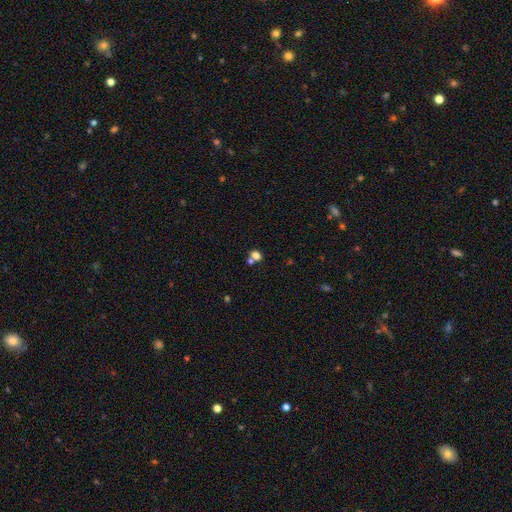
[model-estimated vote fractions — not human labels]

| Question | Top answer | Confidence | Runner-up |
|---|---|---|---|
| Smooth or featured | smooth | 74% | star or artifact (17%) |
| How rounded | in between | 50% | round (48%) |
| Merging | none | 51% | merger (35%) |